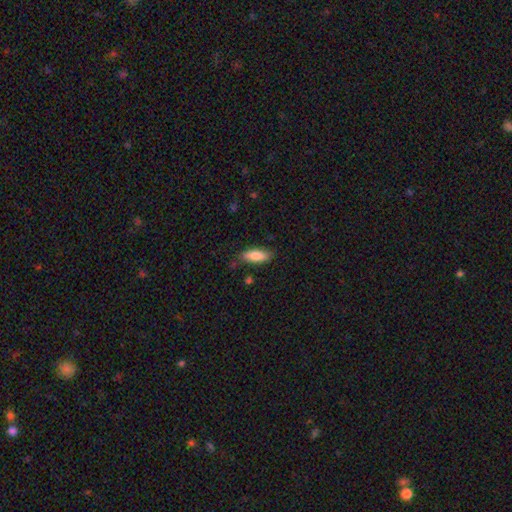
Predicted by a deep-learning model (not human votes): Smooth or featured?
  - smooth: 82% *
  - featured or disk: 11%
  - star or artifact: 6%
How rounded?
  - in between: 69% *
  - cigar-shaped: 29%
  - round: 2%
Merging?
  - none: 80% *
  - minor disturbance: 15%
  - major disturbance: 3%
  - merger: 2%